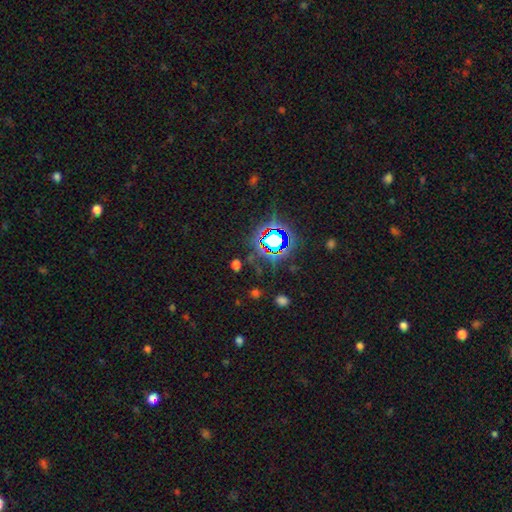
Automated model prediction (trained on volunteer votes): Q: Smooth or featured?
A: star or artifact (81%); runner-up: smooth (12%)